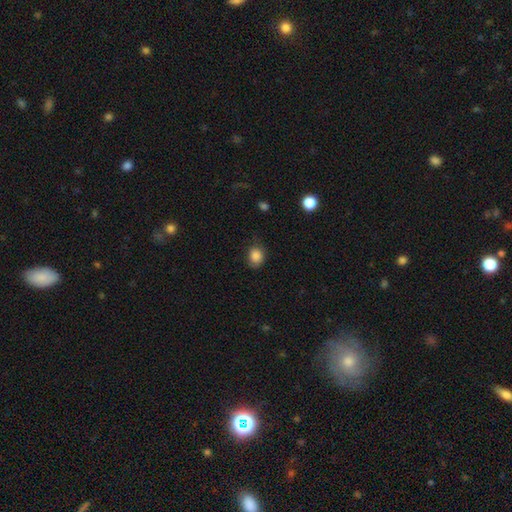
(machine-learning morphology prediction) Smooth or featured?
  - smooth: 85% *
  - star or artifact: 9%
  - featured or disk: 6%
How rounded?
  - round: 52% *
  - in between: 47%
  - cigar-shaped: 1%
Merging?
  - none: 69% *
  - minor disturbance: 24%
  - major disturbance: 6%
  - merger: 1%